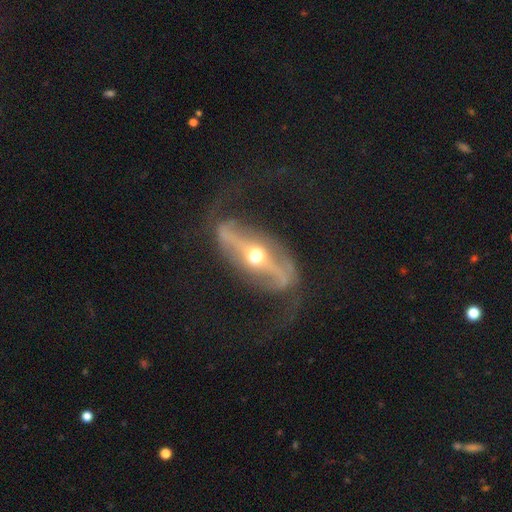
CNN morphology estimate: A featured or disk galaxy (84%) with a strong bar (55%), 2 (90%) loose (65%) spiral arms (75%) and a moderate central bulge (73%).

Vote fractions:
- Smooth or featured? featured or disk: 84% / smooth: 11% / star or artifact: 5%
- Edge-on disk? no: 81% / yes: 19%
- Bar? strong: 55% / no: 23% / weak: 22%
- Spiral arms? yes: 75% / no: 25%
- Spiral winding? loose: 65% / medium: 24% / tight: 11%
- Spiral arm count? 2: 90% / can't tell: 4% / 1: 3% / 3: 1% / 4: 1% / more than 4: 1%
- Bulge size? moderate: 73% / small: 14% / large: 10% / dominant: 2% / none: 1%
- Merging? none: 64% / major disturbance: 17% / minor disturbance: 17% / merger: 3%